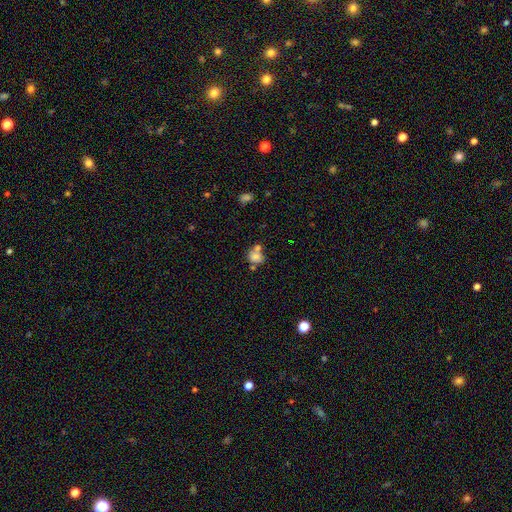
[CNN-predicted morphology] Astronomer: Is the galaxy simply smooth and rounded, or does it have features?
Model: smooth — 73%.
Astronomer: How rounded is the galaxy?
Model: round — 66%.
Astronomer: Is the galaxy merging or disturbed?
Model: merger — 41%, tied with none at 41%.